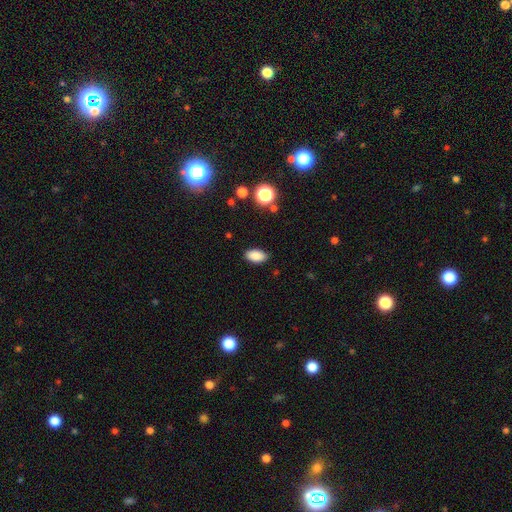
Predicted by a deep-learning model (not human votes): Overall: smooth (86%). How rounded: in between (92%). Merging: none (88%).